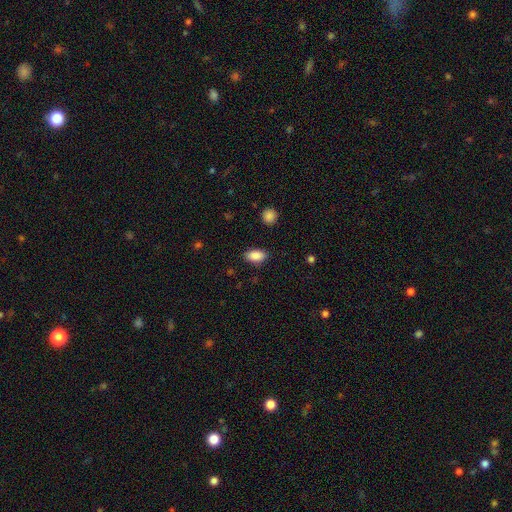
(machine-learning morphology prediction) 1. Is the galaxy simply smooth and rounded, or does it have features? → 88% smooth, 8% star or artifact, 4% featured or disk.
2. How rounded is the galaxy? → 91% in between, 5% round, 4% cigar-shaped.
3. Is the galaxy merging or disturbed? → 86% none, 10% minor disturbance, 3% major disturbance, 1% merger.